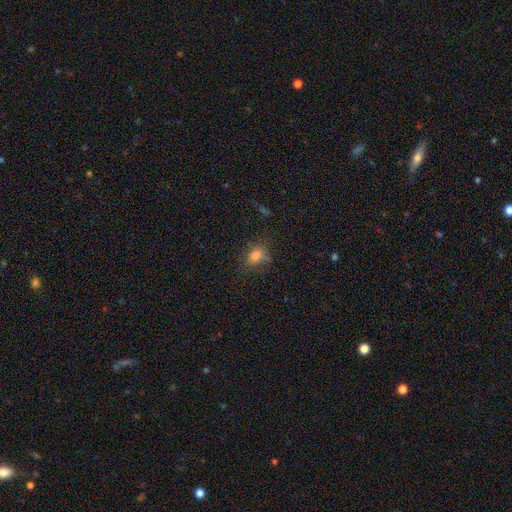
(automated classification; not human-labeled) Overall: smooth (77%). How rounded: round (49%, tied with in between). Merging: none (62%; minor disturbance 24%).